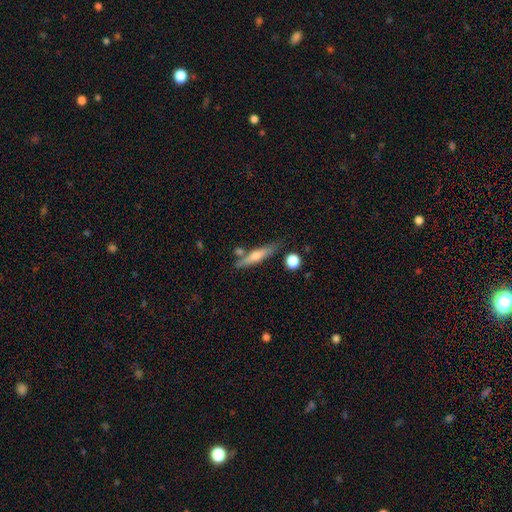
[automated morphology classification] smooth-or-featured: featured or disk: 49% | smooth: 44% | star or artifact: 7%
  merging: none: 76% | minor disturbance: 13% | merger: 8% | major disturbance: 3%